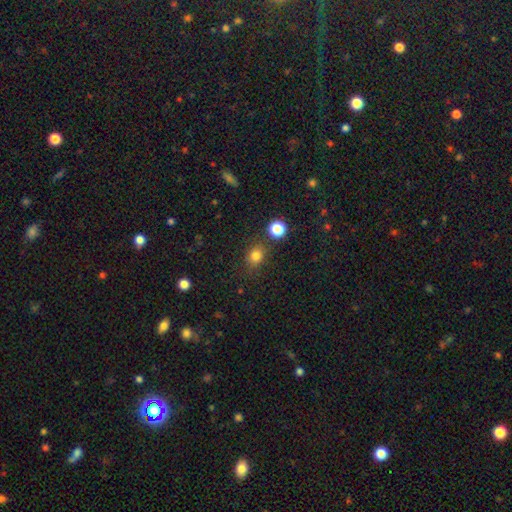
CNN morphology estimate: This is likely a smooth galaxy (79%). How rounded: likely round (63%). Merging: likely none (78%).